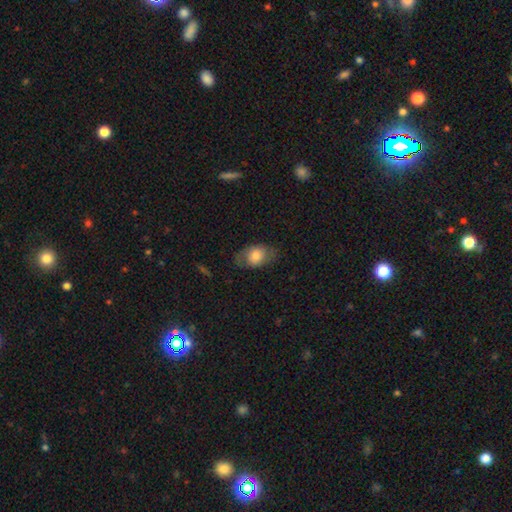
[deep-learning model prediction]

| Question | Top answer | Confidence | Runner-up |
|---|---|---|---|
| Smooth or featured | smooth | 71% | featured or disk (22%) |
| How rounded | in between | 81% | round (17%) |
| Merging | none | 72% | minor disturbance (19%) |